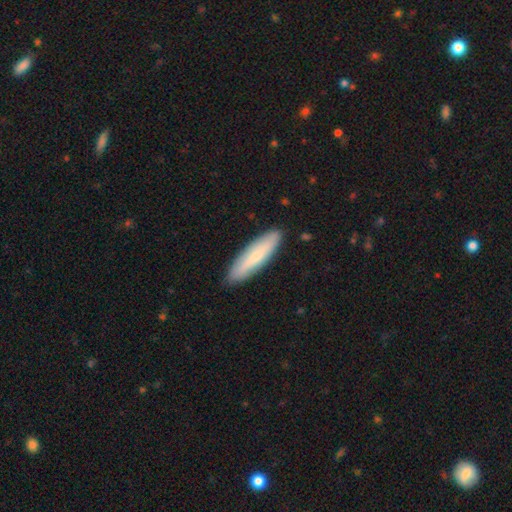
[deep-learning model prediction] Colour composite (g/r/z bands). It shows a smooth galaxy with no disk features (69%) that is cigar-shaped (72%). Merging: none (88%).